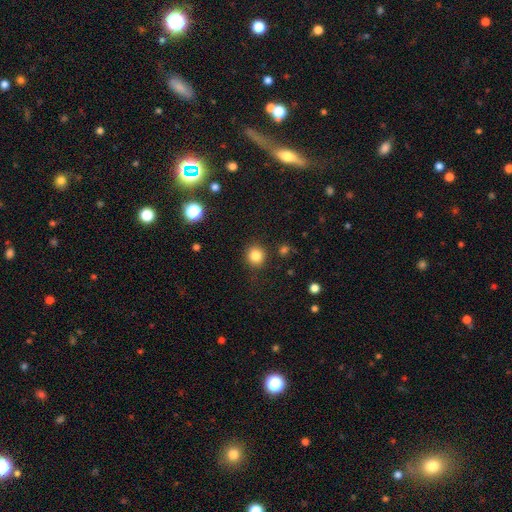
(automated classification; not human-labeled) smooth-or-featured: smooth: 83% | star or artifact: 12% | featured or disk: 5%
  how-rounded: round: 89% | in between: 10% | cigar-shaped: 1%
  merging: none: 88% | minor disturbance: 7% | major disturbance: 3% | merger: 2%